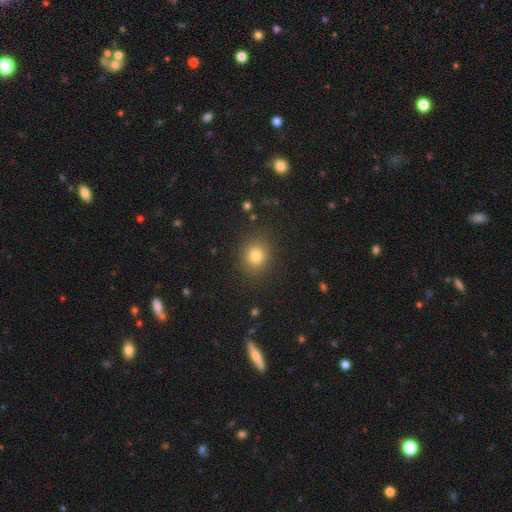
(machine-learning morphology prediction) Overall: smooth (80%). How rounded: round (74%). Merging: none (88%).